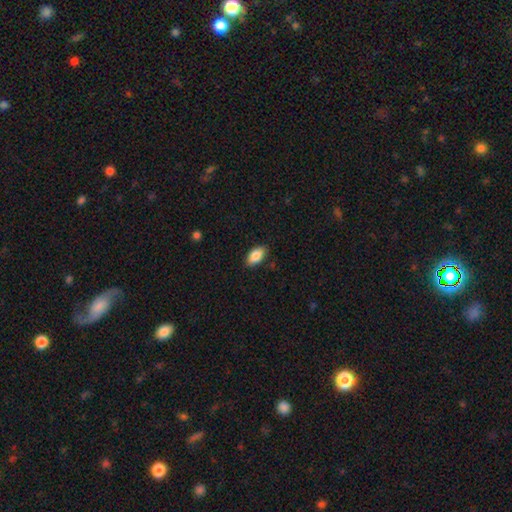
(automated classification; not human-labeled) A smooth galaxy with no disk features (87%) that is in between round and cigar-shaped (93%).

Vote fractions:
- Smooth or featured? smooth: 87% / star or artifact: 7% / featured or disk: 6%
- How rounded? in between: 93% / round: 3% / cigar-shaped: 3%
- Merging? none: 87% / minor disturbance: 10% / major disturbance: 2% / merger: 1%